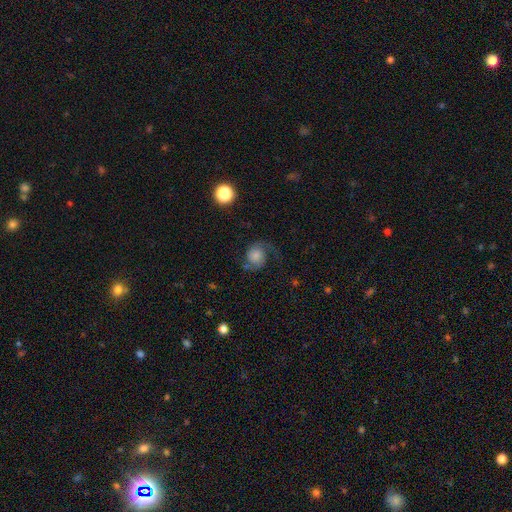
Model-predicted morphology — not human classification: Smooth or featured?
  - featured or disk: 50% *
  - smooth: 40%
  - star or artifact: 11%
Merging?
  - none: 54% *
  - major disturbance: 22%
  - minor disturbance: 21%
  - merger: 3%